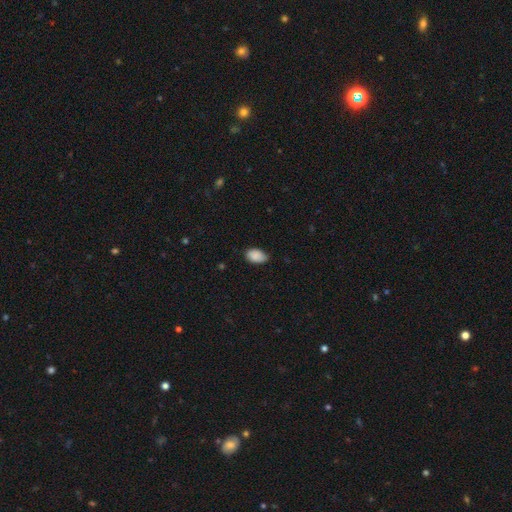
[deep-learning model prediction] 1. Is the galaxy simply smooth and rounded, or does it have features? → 89% smooth, 7% star or artifact, 4% featured or disk.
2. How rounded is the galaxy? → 90% in between, 8% round, 1% cigar-shaped.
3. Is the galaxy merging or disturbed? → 72% none, 24% minor disturbance, 3% major disturbance, 1% merger.